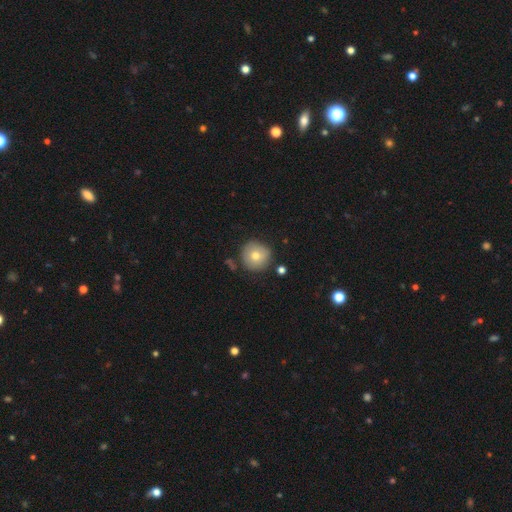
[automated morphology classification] Smooth or featured? Predicted: smooth (p=0.73). How rounded? Predicted: round (p=0.95). Merging? Predicted: none (p=0.84).